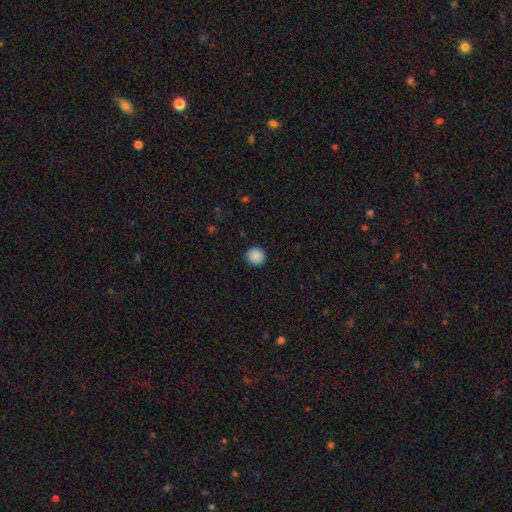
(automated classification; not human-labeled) A smooth galaxy with no disk features (89%) that is round (93%).

Vote fractions:
- Smooth or featured? smooth: 89% / star or artifact: 9% / featured or disk: 2%
- How rounded? round: 93% / in between: 6% / cigar-shaped: 1%
- Merging? none: 91% / minor disturbance: 6% / major disturbance: 2% / merger: 1%